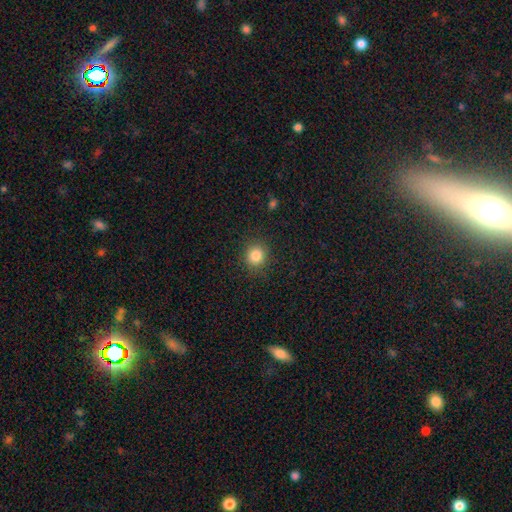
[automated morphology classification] Q: Smooth or featured?
A: smooth (84%); runner-up: star or artifact (11%)
Q: How rounded?
A: round (87%); runner-up: in between (12%)
Q: Merging?
A: none (88%); runner-up: minor disturbance (8%)